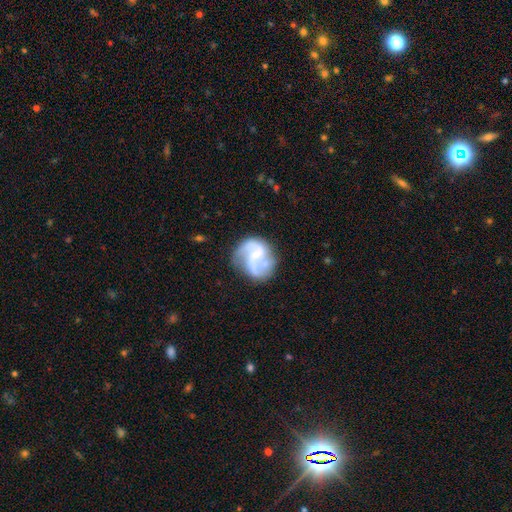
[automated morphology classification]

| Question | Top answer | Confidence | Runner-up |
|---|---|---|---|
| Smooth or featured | featured or disk | 80% | smooth (13%) |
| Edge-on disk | no | 98% | yes (2%) |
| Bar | no | 46% | weak (40%) |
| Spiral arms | yes | 93% | no (7%) |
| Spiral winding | medium | 44% | tied: loose (44%) |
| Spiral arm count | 2 | 68% | 3 (15%) |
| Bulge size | small | 62% | moderate (27%) |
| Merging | none | 61% | minor disturbance (20%) |